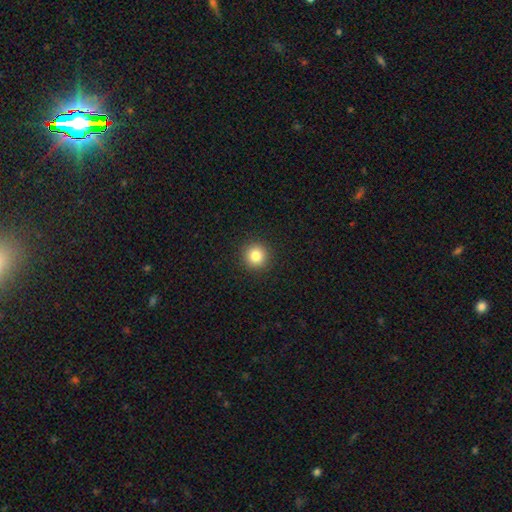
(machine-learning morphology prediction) Smooth or featured? Predicted: smooth (p=0.83). How rounded? Predicted: round (p=0.95). Merging? Predicted: none (p=0.93).